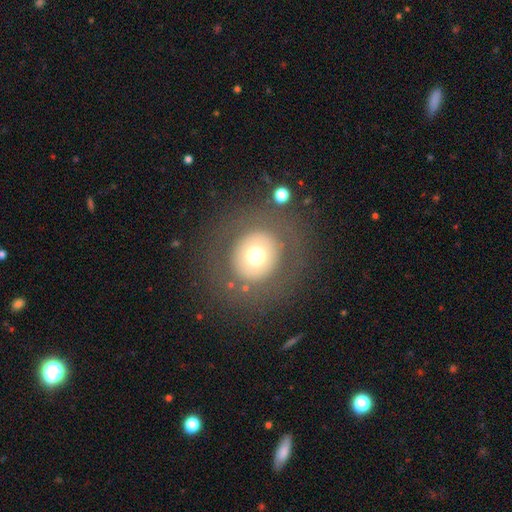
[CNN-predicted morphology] Q: Smooth or featured?
A: smooth (62%); runner-up: featured or disk (25%)
Q: How rounded?
A: round (86%); runner-up: in between (13%)
Q: Merging?
A: none (84%); runner-up: minor disturbance (7%)